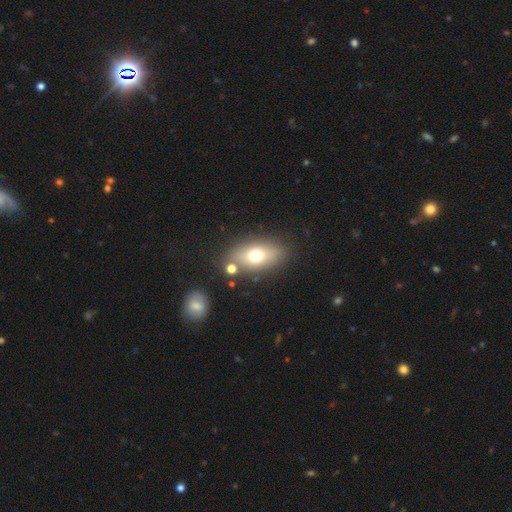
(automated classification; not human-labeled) Q: Smooth or featured?
A: smooth (70%); runner-up: featured or disk (20%)
Q: How rounded?
A: in between (83%); runner-up: round (11%)
Q: Merging?
A: none (75%); runner-up: minor disturbance (12%)